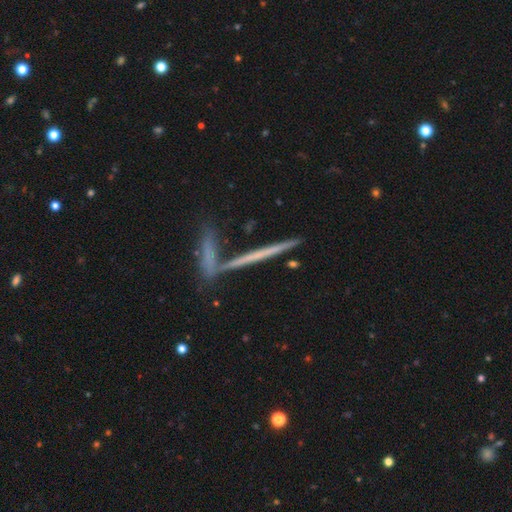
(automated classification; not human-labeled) Overall: featured or disk (55%; smooth 34%). Edge-on disk: yes (93%). Edge-on bulge: none (79%). Merging: none (71%).